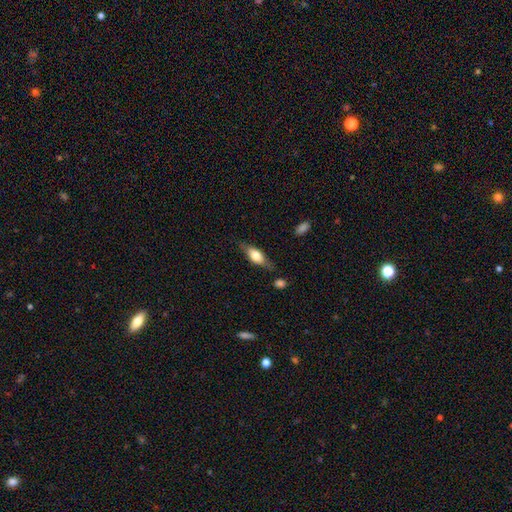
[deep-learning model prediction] Overall: smooth (53%; featured or disk 40%). How rounded: in between (67%; cigar-shaped 28%). Merging: none (70%).